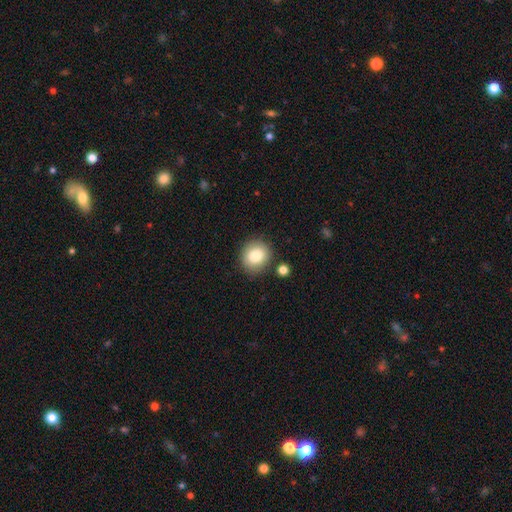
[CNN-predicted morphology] A smooth galaxy with no disk features (84%) that is round (83%). Merging: none (84%).